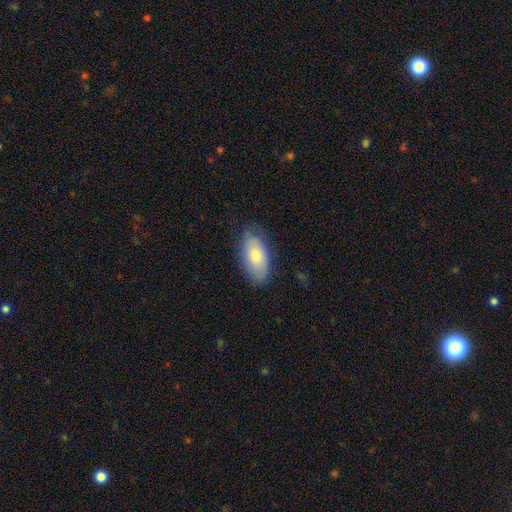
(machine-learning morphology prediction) smooth-or-featured: smooth: 76% | featured or disk: 18% | star or artifact: 6%
  how-rounded: in between: 93% | cigar-shaped: 4% | round: 3%
  merging: none: 78% | minor disturbance: 18% | major disturbance: 4% | merger: 1%